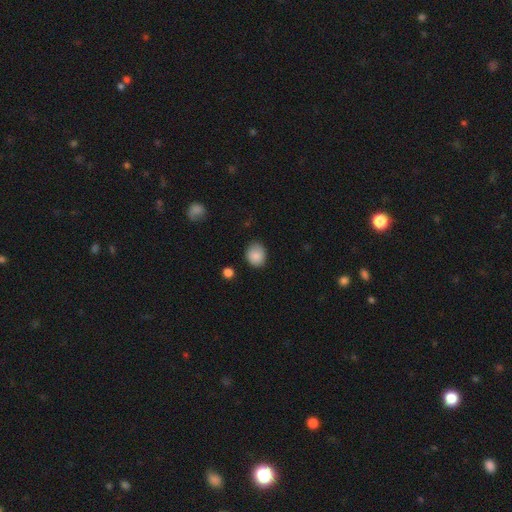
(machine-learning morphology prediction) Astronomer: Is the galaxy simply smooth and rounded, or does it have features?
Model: smooth — 86%.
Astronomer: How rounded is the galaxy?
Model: round — 56% (runner-up: in between, 43%).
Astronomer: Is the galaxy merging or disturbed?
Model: none — 80%.